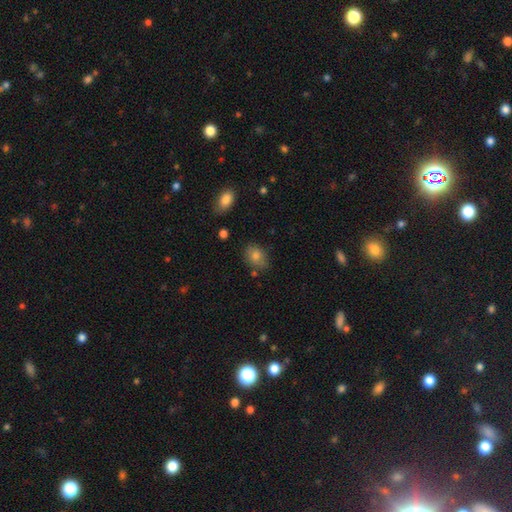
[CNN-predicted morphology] Overall: smooth (78%). How rounded: in between (63%; round 36%). Merging: none (74%).